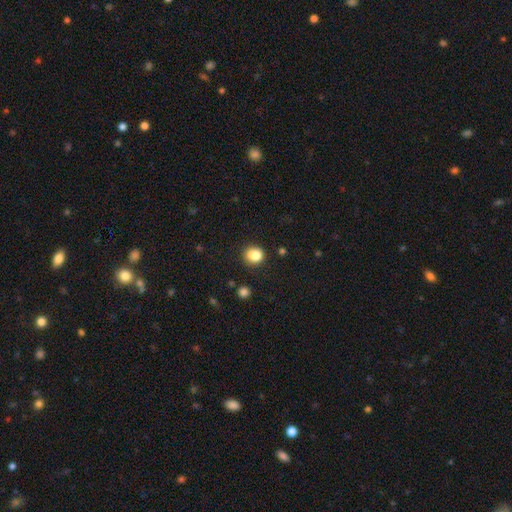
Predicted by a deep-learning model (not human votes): A smooth galaxy with no disk features (85%) that is round (73%). Merging: none (80%).